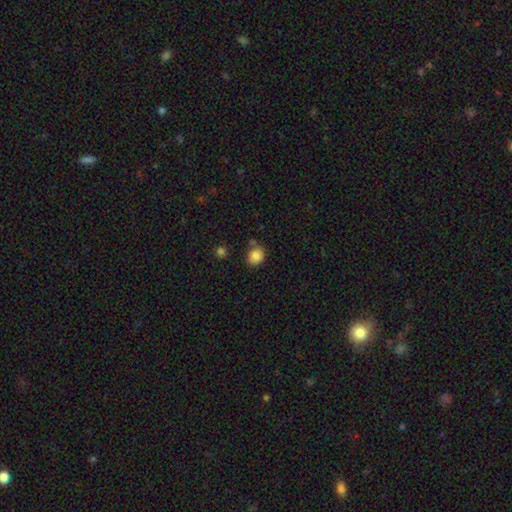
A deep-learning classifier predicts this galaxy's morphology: smooth-or-featured: smooth: 86% | star or artifact: 10% | featured or disk: 5%
  how-rounded: round: 62% | in between: 38% | cigar-shaped: 1%
  merging: none: 72% | minor disturbance: 15% | merger: 10% | major disturbance: 4%